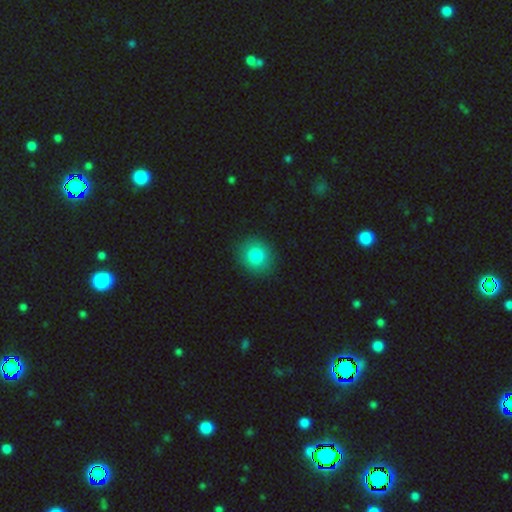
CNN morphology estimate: smooth 82%, star or artifact 10%, featured or disk 9%. Down the decision tree: how rounded — round (81%); merging — none (89%).